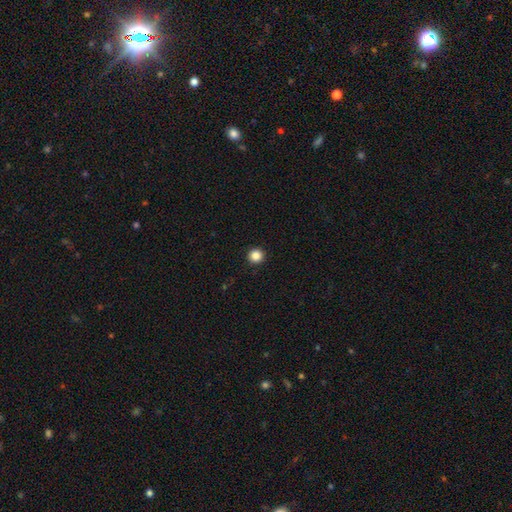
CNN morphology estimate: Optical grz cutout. It shows a smooth galaxy with no disk features (86%) that is round (96%). Merging: none (94%).